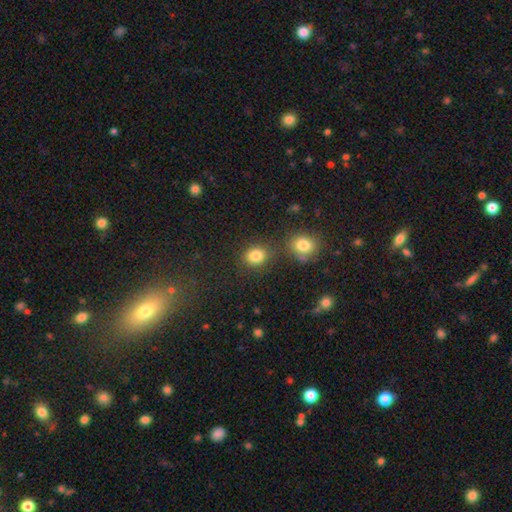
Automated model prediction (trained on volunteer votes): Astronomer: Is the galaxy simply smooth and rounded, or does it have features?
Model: smooth — 84%.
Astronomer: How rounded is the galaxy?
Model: round — 61% (runner-up: in between, 38%).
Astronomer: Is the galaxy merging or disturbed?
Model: none — 74%.